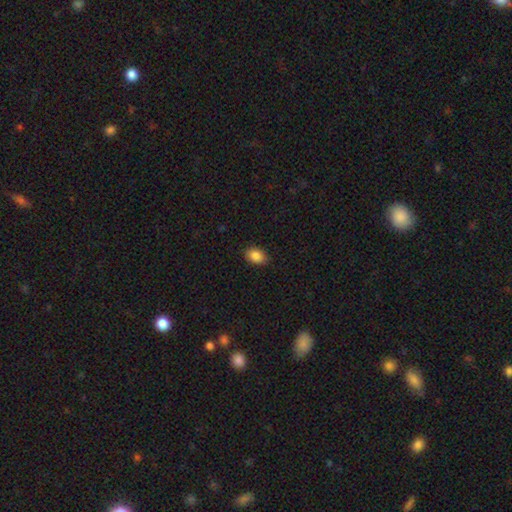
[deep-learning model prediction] The model was most divided on "how rounded": in between: 79%, round: 20%, cigar-shaped: 1%. More confident: smooth or featured — smooth (87%); merging — none (86%).